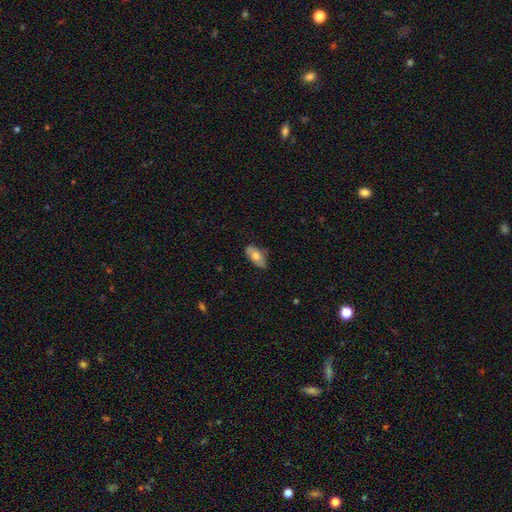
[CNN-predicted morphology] Smooth or featured?
  - smooth: 64% *
  - featured or disk: 29%
  - star or artifact: 7%
How rounded?
  - in between: 91% *
  - cigar-shaped: 5%
  - round: 4%
Merging?
  - none: 69% *
  - minor disturbance: 25%
  - major disturbance: 5%
  - merger: 1%